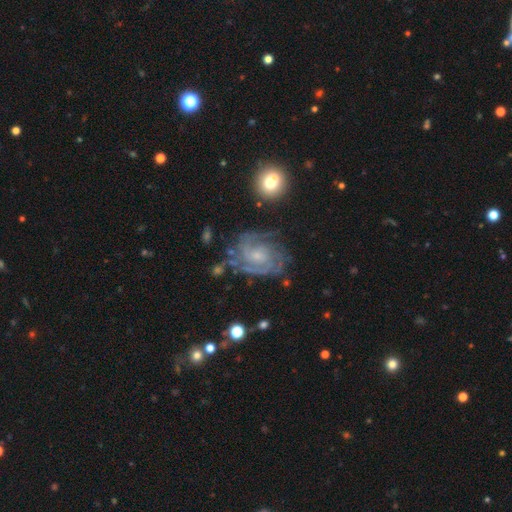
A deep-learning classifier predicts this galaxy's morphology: smooth_or_featured: featured or disk (p=0.87) [alt: star or artifact p=0.07]
disk_edge_on: no (p=0.97) [alt: yes p=0.03]
bar: no (p=0.57) [alt: weak p=0.36]
has_spiral_arms: yes (p=0.97) [alt: no p=0.03]
spiral_winding: tight (p=0.59) [alt: medium p=0.34]
spiral_arm_count: 2 (p=0.45) [alt: 3 p=0.21]
bulge_size: small (p=0.67) [alt: moderate p=0.24]
merging: none (p=0.68) [alt: minor disturbance p=0.19]